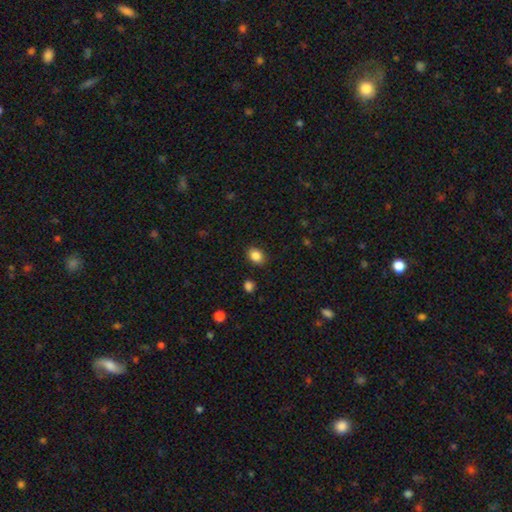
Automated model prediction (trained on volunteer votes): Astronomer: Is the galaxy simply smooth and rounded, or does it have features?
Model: smooth — 86%.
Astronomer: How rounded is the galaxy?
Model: in between — 63%.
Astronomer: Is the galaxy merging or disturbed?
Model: none — 86%.